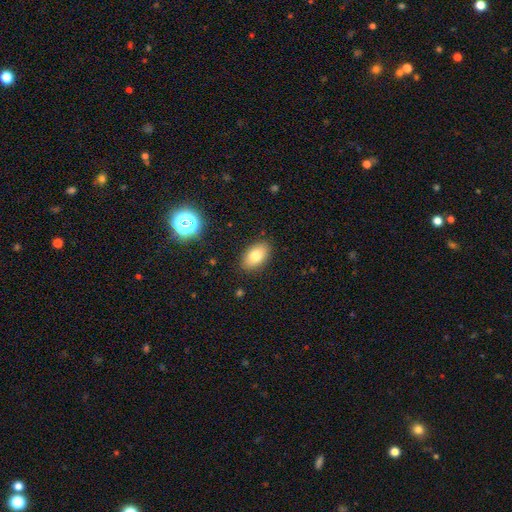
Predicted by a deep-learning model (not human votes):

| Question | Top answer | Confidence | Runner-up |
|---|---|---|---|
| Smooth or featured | smooth | 78% | featured or disk (13%) |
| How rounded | in between | 90% | round (8%) |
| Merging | none | 87% | minor disturbance (10%) |